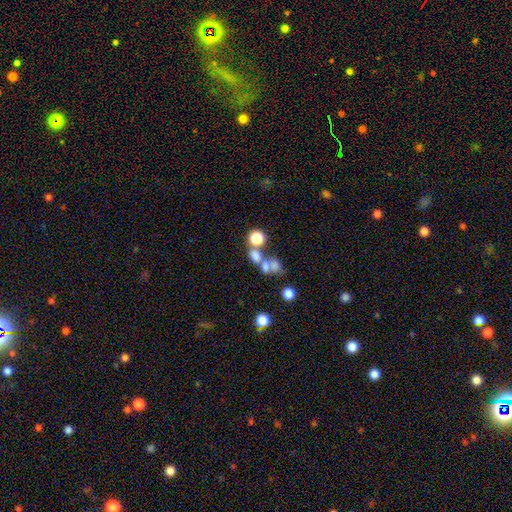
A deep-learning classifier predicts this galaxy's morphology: smooth-or-featured: smooth: 63% | featured or disk: 19% | star or artifact: 18%
  how-rounded: round: 59% | in between: 38% | cigar-shaped: 3%
  merging: merger: 50% | none: 32% | major disturbance: 9% | minor disturbance: 8%